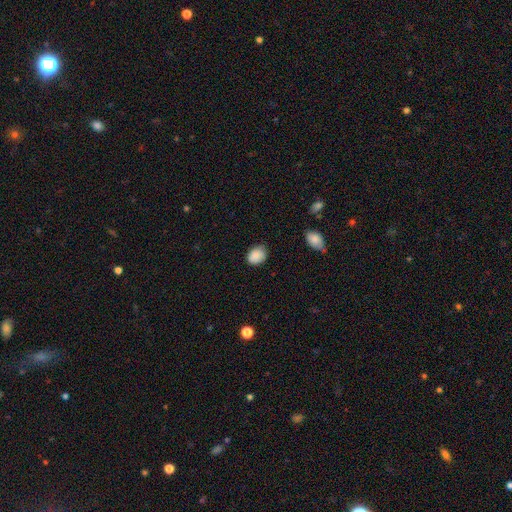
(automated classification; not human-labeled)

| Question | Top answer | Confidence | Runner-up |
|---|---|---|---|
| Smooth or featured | smooth | 87% | star or artifact (8%) |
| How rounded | in between | 65% | round (34%) |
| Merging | none | 69% | minor disturbance (25%) |